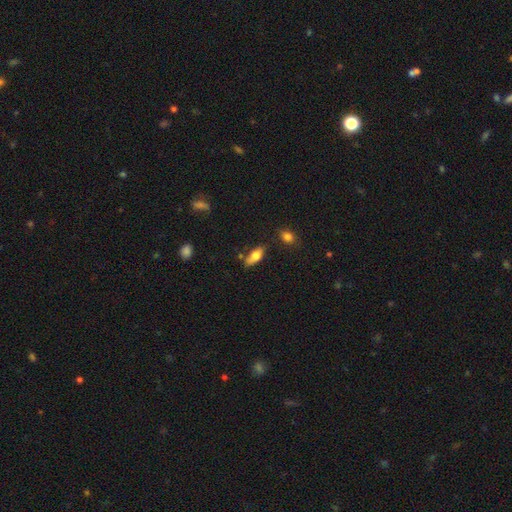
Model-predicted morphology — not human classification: Smooth or featured: smooth — 70% (featured or disk — 23%)
How rounded: in between — 78% (cigar-shaped — 19%)
Merging: none — 71% (minor disturbance — 18%)